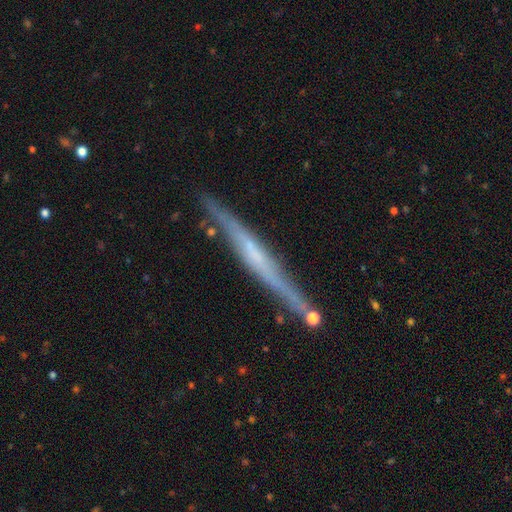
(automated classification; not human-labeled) Morphology: type=featured or disk (69%); edge-on=yes (95%); edge-on bulge=none (63%); merging=none (81%).